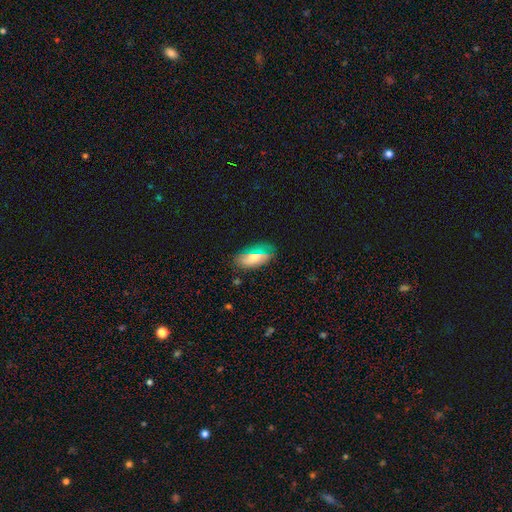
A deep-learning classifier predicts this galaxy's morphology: This appears to be a smooth galaxy with no disk features (68%) that is in between round and cigar-shaped (86%). Merging: none (77%).